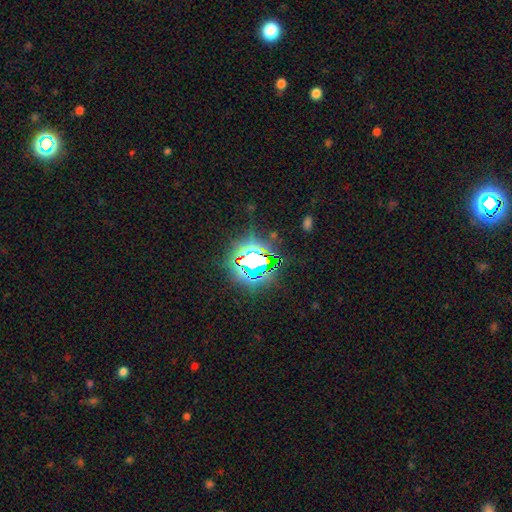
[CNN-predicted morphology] The model was most divided on "smooth or featured": star or artifact: 79%, smooth: 11%, featured or disk: 10%.